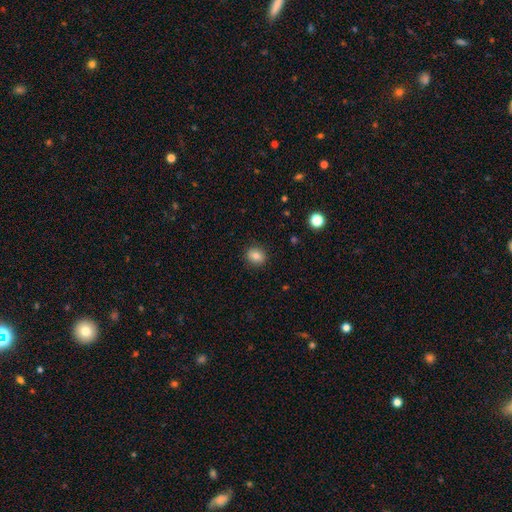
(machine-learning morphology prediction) Q: Smooth or featured?
A: smooth (82%); runner-up: star or artifact (10%)
Q: How rounded?
A: round (66%); runner-up: in between (33%)
Q: Merging?
A: none (89%); runner-up: minor disturbance (8%)